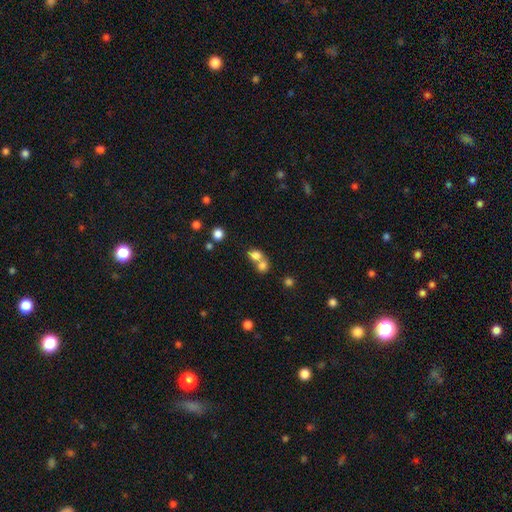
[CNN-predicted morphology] A smooth galaxy with no disk features (77%) that is round (52%). Merging: merger (62%).